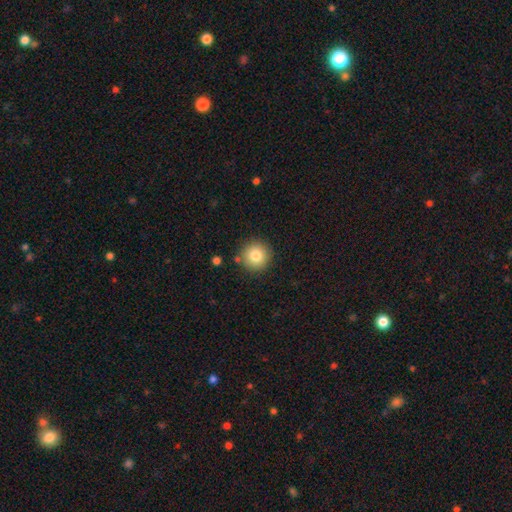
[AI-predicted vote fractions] smooth 81%, star or artifact 10%, featured or disk 9%. Down the decision tree: how rounded — round (95%); merging — none (87%).